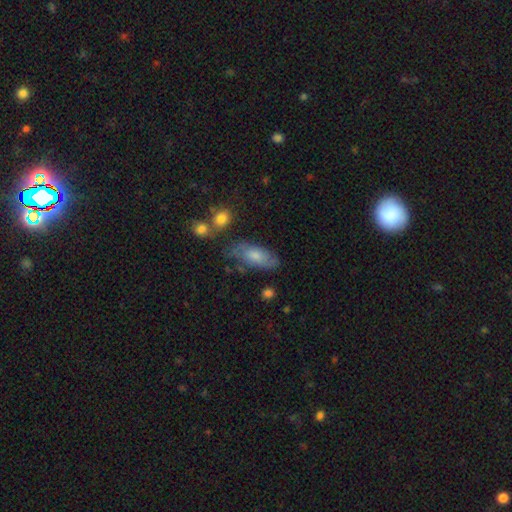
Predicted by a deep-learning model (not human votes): smooth-or-featured: smooth: 55% | featured or disk: 38% | star or artifact: 8%
  how-rounded: in between: 84% | cigar-shaped: 13% | round: 3%
  merging: none: 62% | minor disturbance: 25% | major disturbance: 9% | merger: 5%